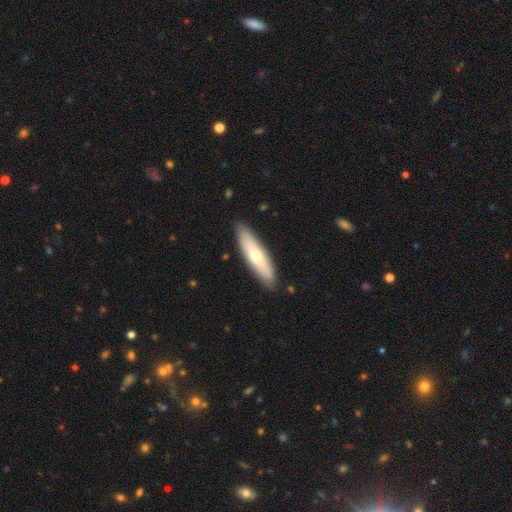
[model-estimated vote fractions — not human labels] Morphology: type=smooth (57%); roundness=cigar-shaped (65%); merging=none (88%).